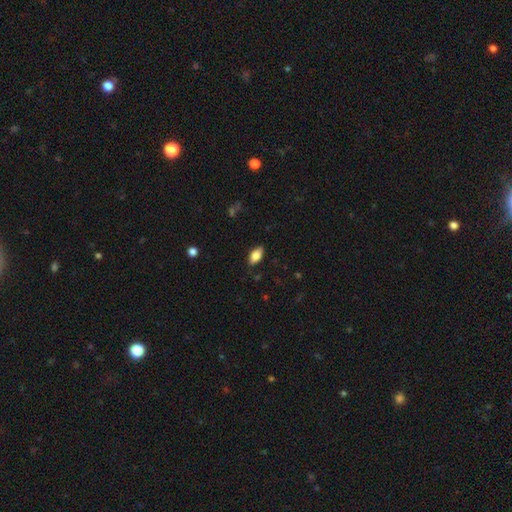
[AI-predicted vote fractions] smooth_or_featured: smooth (p=0.82) [alt: featured or disk p=0.11]
how_rounded: in between (p=0.91) [alt: cigar-shaped p=0.06]
merging: none (p=0.84) [alt: minor disturbance p=0.13]